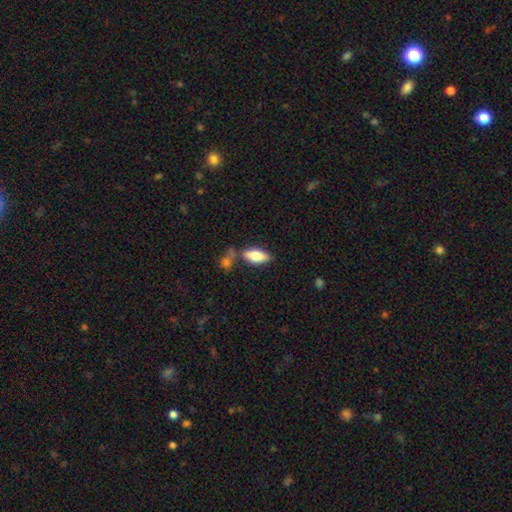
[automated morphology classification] Smooth or featured: smooth — 72% (featured or disk — 21%)
How rounded: in between — 79% (cigar-shaped — 18%)
Merging: none — 60% (minor disturbance — 17%)